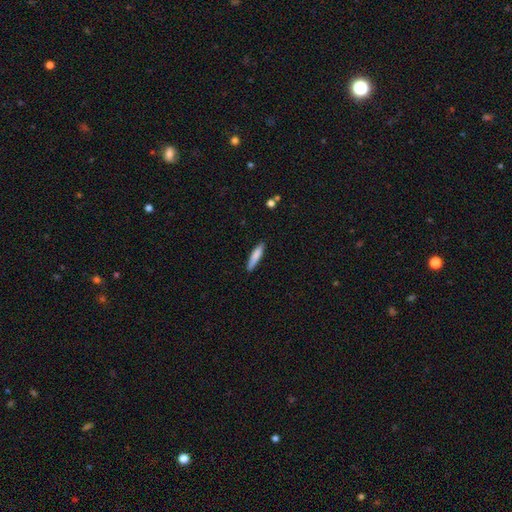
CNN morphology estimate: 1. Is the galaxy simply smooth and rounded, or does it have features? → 81% smooth, 13% featured or disk, 6% star or artifact.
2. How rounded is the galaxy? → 85% cigar-shaped, 14% in between, 1% round.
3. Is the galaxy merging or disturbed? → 84% none, 12% minor disturbance, 2% major disturbance, 1% merger.